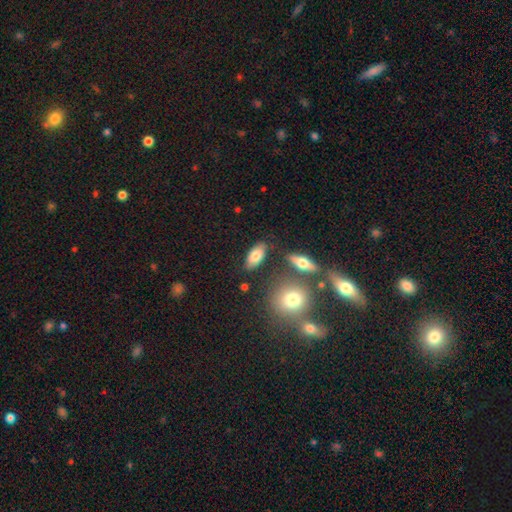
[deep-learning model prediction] smooth-or-featured: smooth: 76% | featured or disk: 16% | star or artifact: 8%
  how-rounded: in between: 89% | cigar-shaped: 7% | round: 4%
  merging: none: 77% | minor disturbance: 13% | merger: 5% | major disturbance: 4%